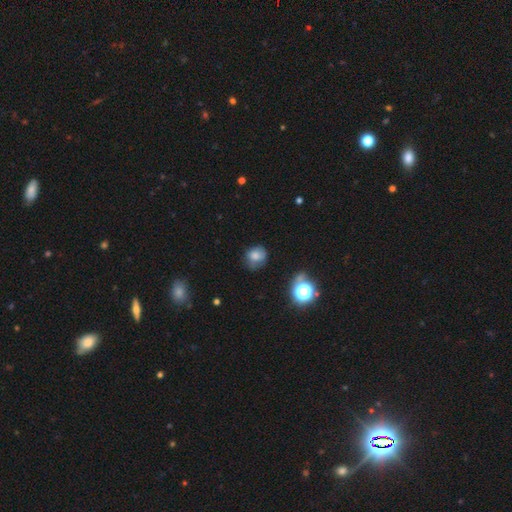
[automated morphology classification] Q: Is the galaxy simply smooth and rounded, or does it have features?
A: smooth — 73%.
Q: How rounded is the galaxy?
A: round — 69%.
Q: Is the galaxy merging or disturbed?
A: none — 58%.